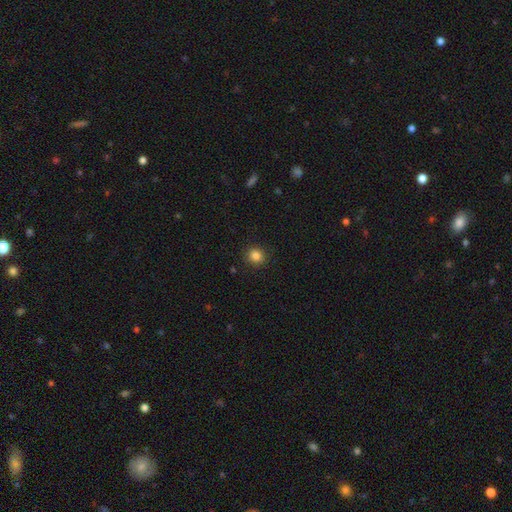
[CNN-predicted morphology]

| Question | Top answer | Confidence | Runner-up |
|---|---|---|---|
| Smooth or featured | smooth | 85% | star or artifact (11%) |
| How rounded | round | 89% | in between (10%) |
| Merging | none | 91% | minor disturbance (6%) |